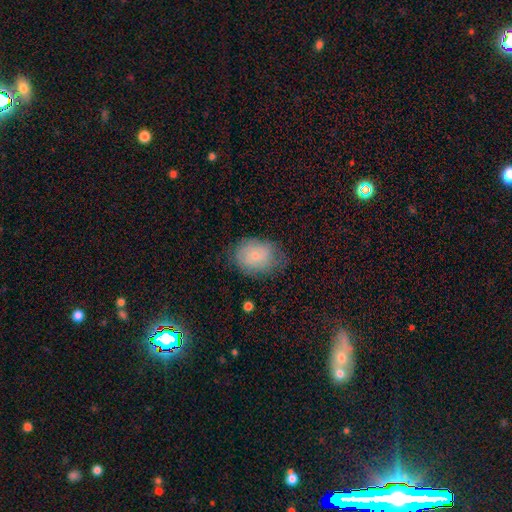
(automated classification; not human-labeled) This appears to be a smooth galaxy with no disk features (70%) that is in between round and cigar-shaped (59%). Merging: none (66%).